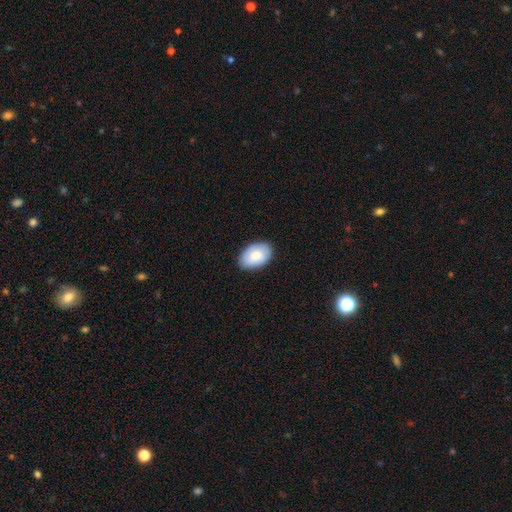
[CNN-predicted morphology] smooth 82%, featured or disk 12%, star or artifact 6%. Down the decision tree: how rounded — in between (92%); merging — none (86%).